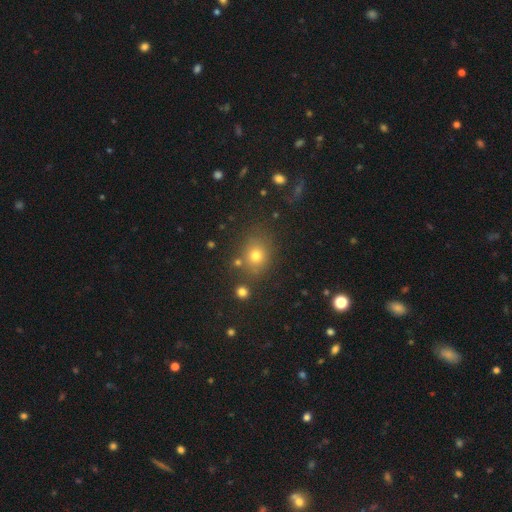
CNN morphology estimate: This appears to be a smooth galaxy with no disk features (73%) that is round (69%). Merging: none (79%).